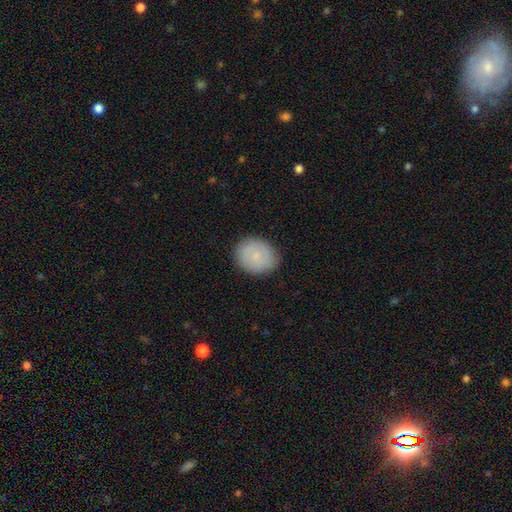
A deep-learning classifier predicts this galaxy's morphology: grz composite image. It shows a smooth galaxy with no disk features (72%) that is round (57%). Merging: none (86%).